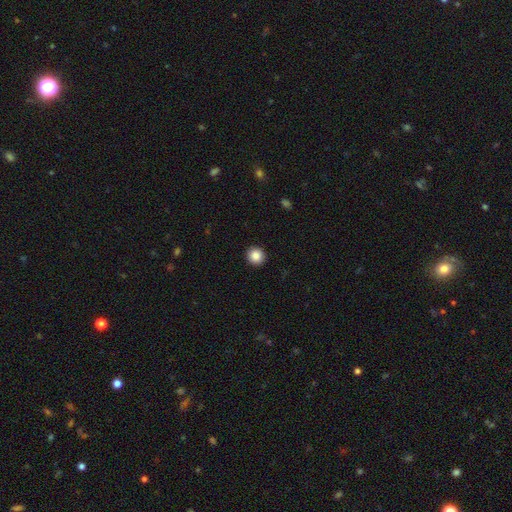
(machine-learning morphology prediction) Smooth or featured? Predicted: smooth (p=0.87). How rounded? Predicted: round (p=0.94). Merging? Predicted: none (p=0.94).